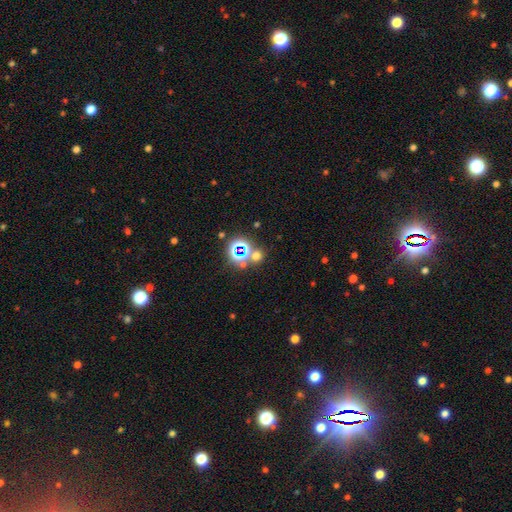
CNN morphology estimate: Overall: smooth (49%; star or artifact 44%). Merging: none (71%).